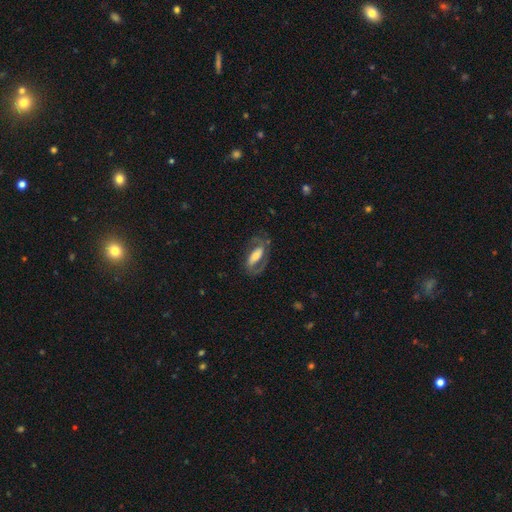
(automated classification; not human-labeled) A featured or disk galaxy (72%) with a strong bar (43%), 2 (80%) medium (49%) spiral arms (86%) and a moderate central bulge (44%). Merging: none (66%).